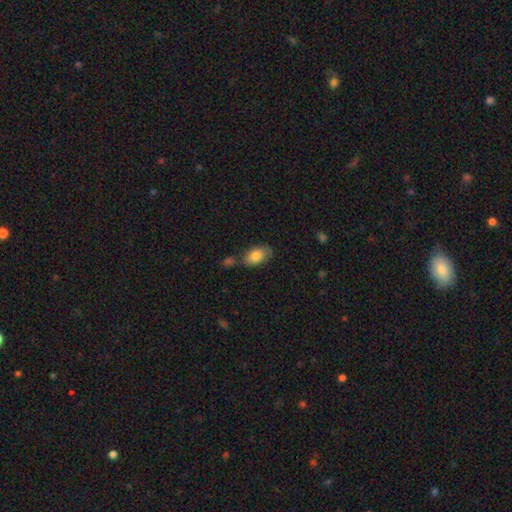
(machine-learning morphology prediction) smooth-or-featured: smooth: 82% | featured or disk: 11% | star or artifact: 7%
  how-rounded: in between: 90% | round: 7% | cigar-shaped: 2%
  merging: none: 65% | minor disturbance: 17% | merger: 13% | major disturbance: 4%